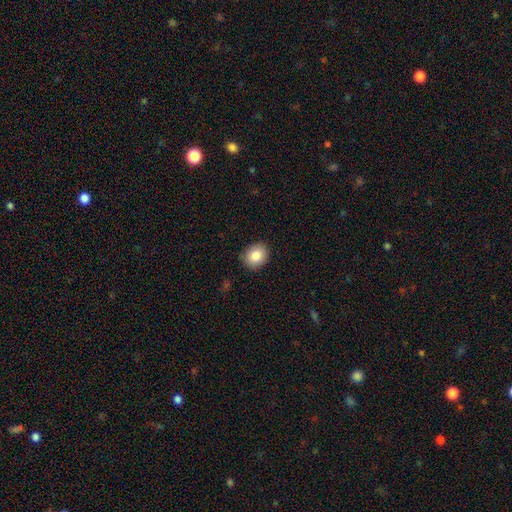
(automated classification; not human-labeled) Overall: smooth (85%). How rounded: round (65%; in between 34%). Merging: none (87%).